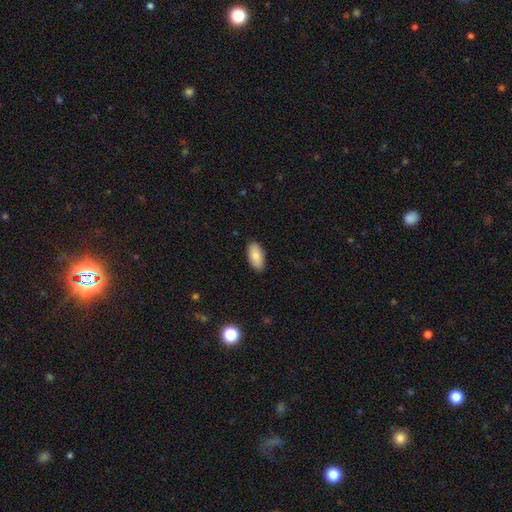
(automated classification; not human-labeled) Morphology: type=smooth (84%); roundness=in between (92%); merging=none (89%).